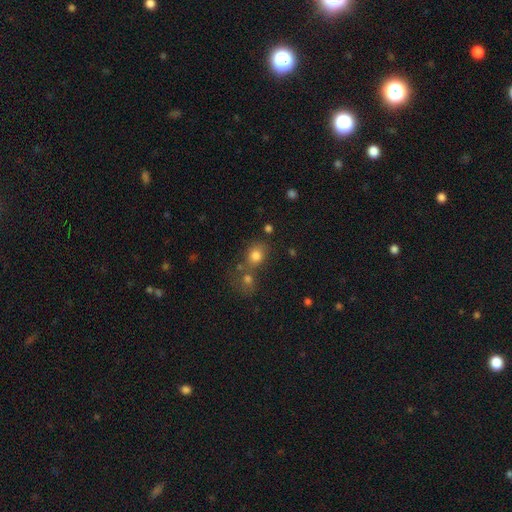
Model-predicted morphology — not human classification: A smooth galaxy with no disk features (78%) that is round (60%).

Vote fractions:
- Smooth or featured? smooth: 78% / star or artifact: 13% / featured or disk: 9%
- How rounded? round: 60% / in between: 39% / cigar-shaped: 1%
- Merging? none: 50% / merger: 33% / minor disturbance: 12% / major disturbance: 6%